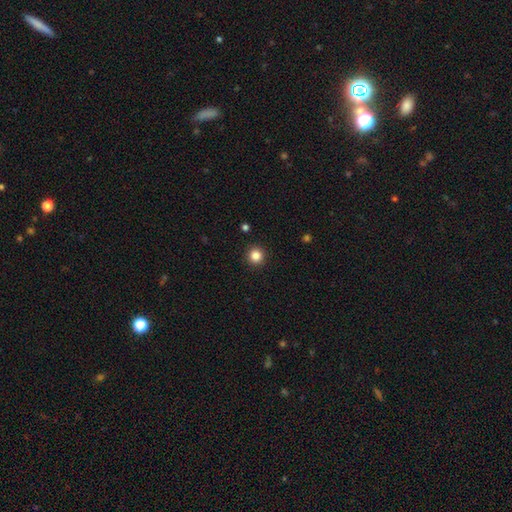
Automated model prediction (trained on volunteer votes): Morphology: type=smooth (85%); roundness=round (95%); merging=none (93%).